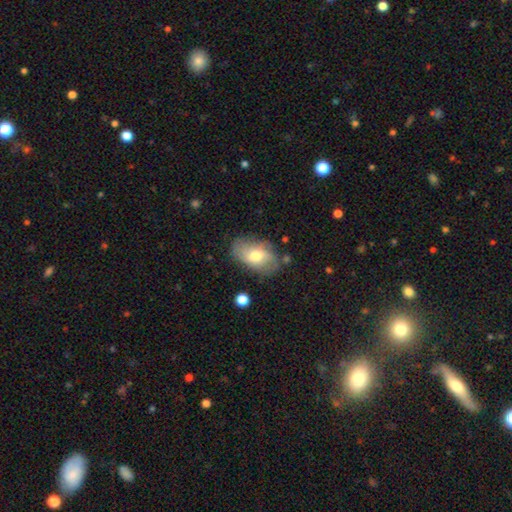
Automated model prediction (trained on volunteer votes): This is likely a smooth galaxy (62%). How rounded: clearly in between (89%). Merging: likely none (64%).